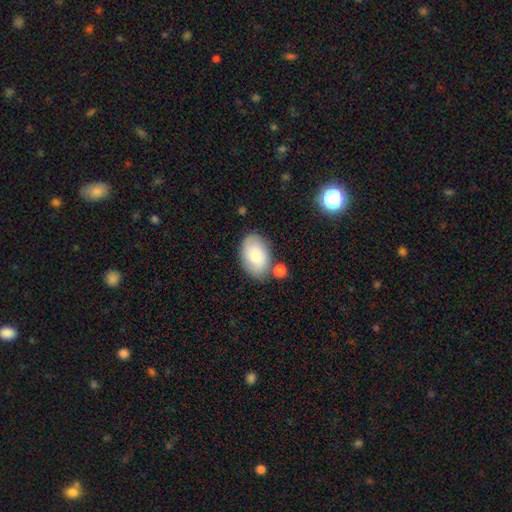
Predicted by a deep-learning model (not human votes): A smooth galaxy with no disk features (81%) that is in between round and cigar-shaped (92%).

Vote fractions:
- Smooth or featured? smooth: 81% / featured or disk: 13% / star or artifact: 7%
- How rounded? in between: 92% / round: 7% / cigar-shaped: 1%
- Merging? none: 71% / minor disturbance: 16% / merger: 9% / major disturbance: 4%